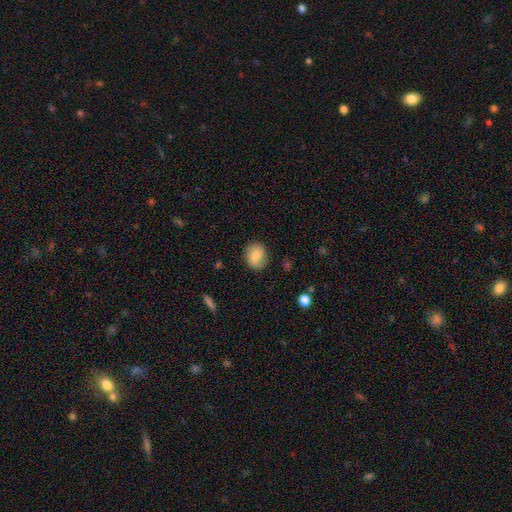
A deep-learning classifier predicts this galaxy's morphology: This appears to be a smooth galaxy with no disk features (78%) that is round (68%). Merging: none (84%).